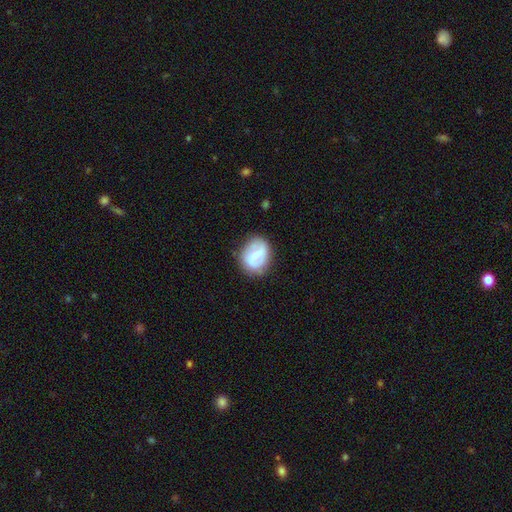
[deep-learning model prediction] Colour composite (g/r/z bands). It shows a smooth galaxy with no disk features (47%). Merging: none (70%).